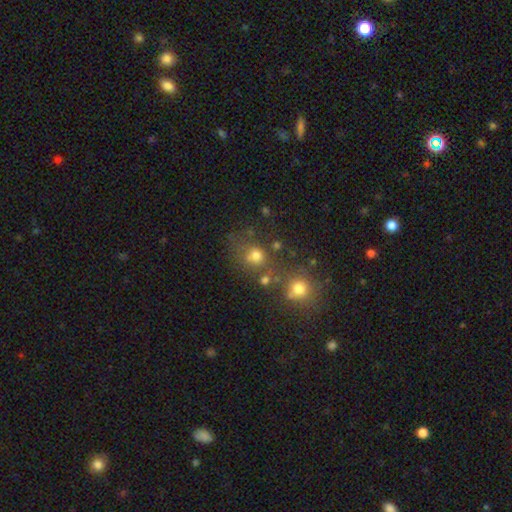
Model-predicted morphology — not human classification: A smooth galaxy with no disk features (71%) that is round (78%). Merging: none (56%).